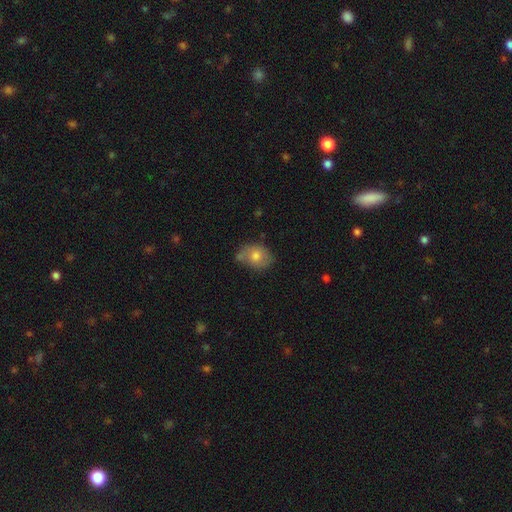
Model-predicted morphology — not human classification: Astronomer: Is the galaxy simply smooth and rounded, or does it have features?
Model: smooth — 72%.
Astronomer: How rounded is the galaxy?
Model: in between — 56% (runner-up: round, 43%).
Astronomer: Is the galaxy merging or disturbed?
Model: none — 59%.